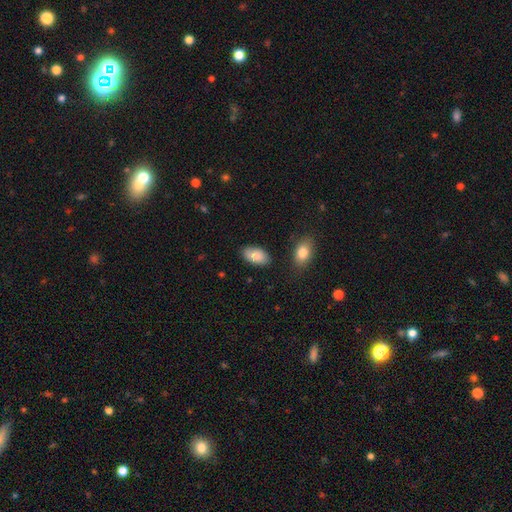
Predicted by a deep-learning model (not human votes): smooth-or-featured: smooth: 85% | featured or disk: 9% | star or artifact: 7%
  how-rounded: in between: 94% | round: 4% | cigar-shaped: 2%
  merging: none: 76% | minor disturbance: 17% | major disturbance: 4% | merger: 3%